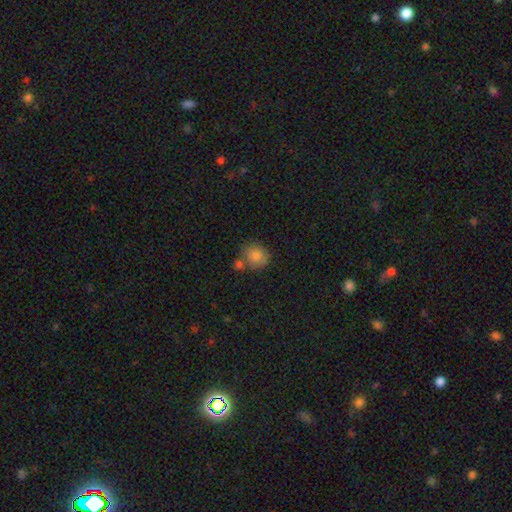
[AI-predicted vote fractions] Smooth or featured? smooth (83%)
How rounded? round (77%)
Merging? none (62%)